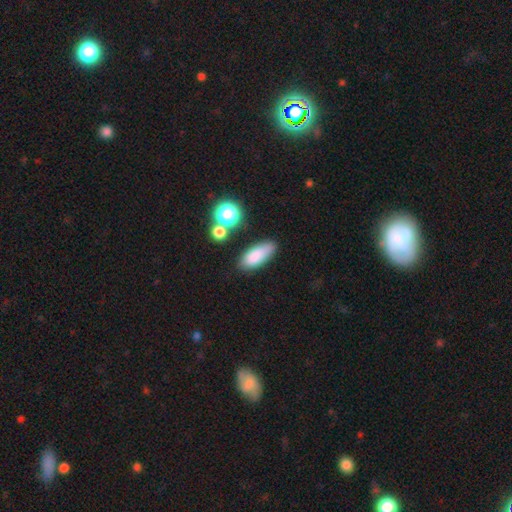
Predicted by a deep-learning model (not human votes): smooth-or-featured: smooth: 82% | star or artifact: 9% | featured or disk: 8%
  how-rounded: in between: 74% | cigar-shaped: 22% | round: 4%
  merging: none: 74% | minor disturbance: 16% | merger: 6% | major disturbance: 4%